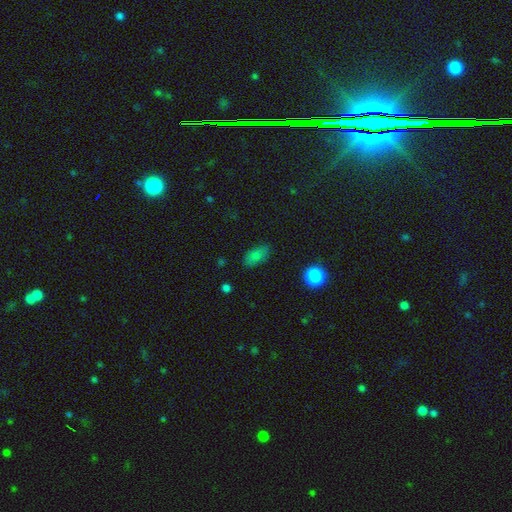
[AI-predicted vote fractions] Smooth or featured? Predicted: smooth (p=0.78). How rounded? Predicted: in between (p=0.89). Merging? Predicted: none (p=0.80).